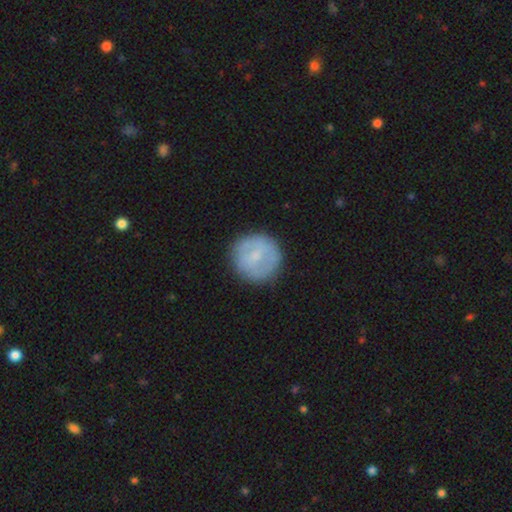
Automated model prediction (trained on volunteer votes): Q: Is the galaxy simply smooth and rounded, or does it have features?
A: smooth — 62%.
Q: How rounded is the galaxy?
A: round — 94%.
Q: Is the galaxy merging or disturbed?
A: none — 83%.